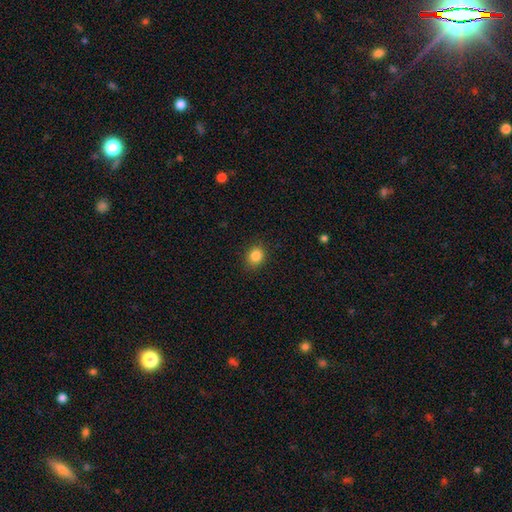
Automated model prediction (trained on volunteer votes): Morphology: type=smooth (85%); roundness=round (64%); merging=none (88%).